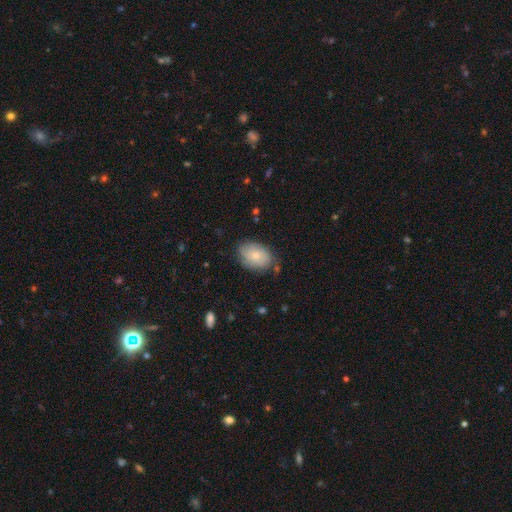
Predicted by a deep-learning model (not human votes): smooth 58%, featured or disk 35%, star or artifact 7%. Down the decision tree: how rounded — in between (81%); merging — none (72%).